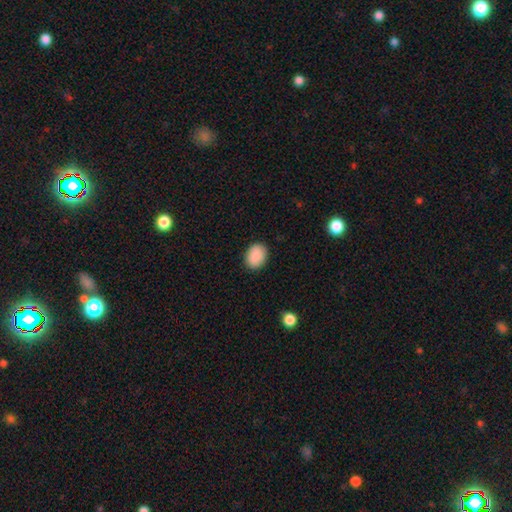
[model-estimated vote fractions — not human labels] smooth-or-featured: smooth: 90% | star or artifact: 7% | featured or disk: 3%
  how-rounded: in between: 70% | round: 29% | cigar-shaped: 1%
  merging: none: 88% | minor disturbance: 9% | major disturbance: 2% | merger: 1%